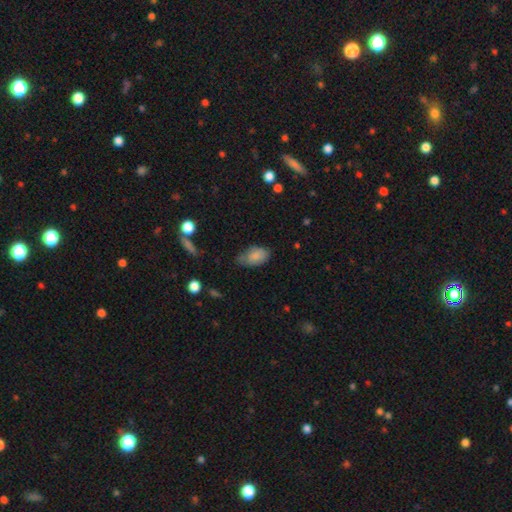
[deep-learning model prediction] A smooth galaxy with no disk features (82%) that is in between round and cigar-shaped (92%).

Vote fractions:
- Smooth or featured? smooth: 82% / featured or disk: 10% / star or artifact: 8%
- How rounded? in between: 92% / round: 6% / cigar-shaped: 2%
- Merging? none: 56% / minor disturbance: 33% / major disturbance: 8% / merger: 3%